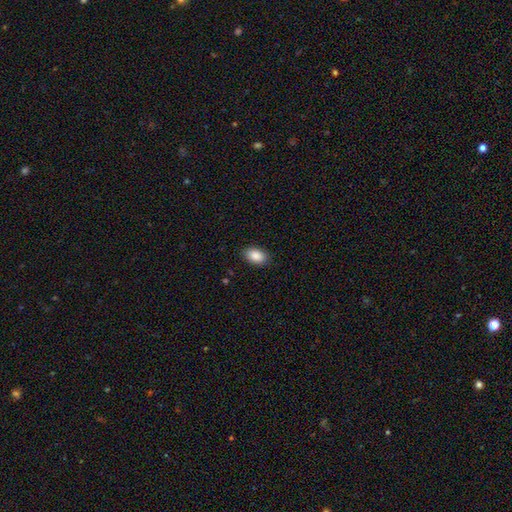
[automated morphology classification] A smooth galaxy with no disk features (89%) that is in between round and cigar-shaped (92%).

Vote fractions:
- Smooth or featured? smooth: 89% / star or artifact: 7% / featured or disk: 4%
- How rounded? in between: 92% / round: 7% / cigar-shaped: 1%
- Merging? none: 88% / minor disturbance: 9% / major disturbance: 2% / merger: 1%